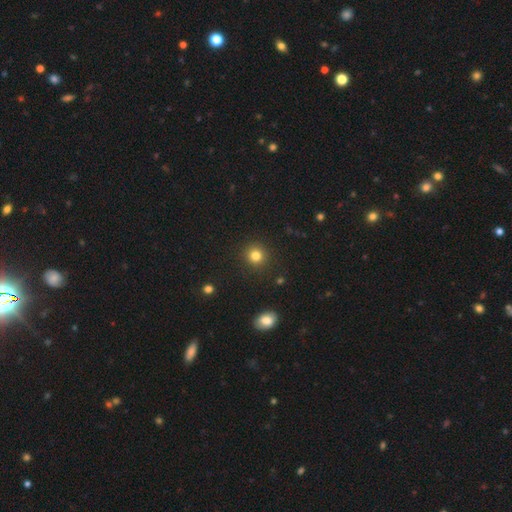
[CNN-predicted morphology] smooth-or-featured: smooth: 82% | star or artifact: 12% | featured or disk: 5%
  how-rounded: round: 91% | in between: 8% | cigar-shaped: 1%
  merging: none: 91% | minor disturbance: 5% | major disturbance: 2% | merger: 1%